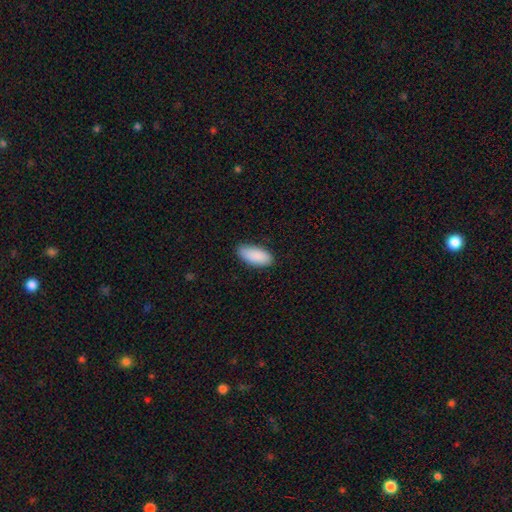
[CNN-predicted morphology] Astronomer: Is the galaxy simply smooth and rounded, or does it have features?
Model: smooth — 89%.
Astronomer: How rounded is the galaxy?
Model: in between — 88%.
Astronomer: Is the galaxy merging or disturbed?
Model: none — 82%.